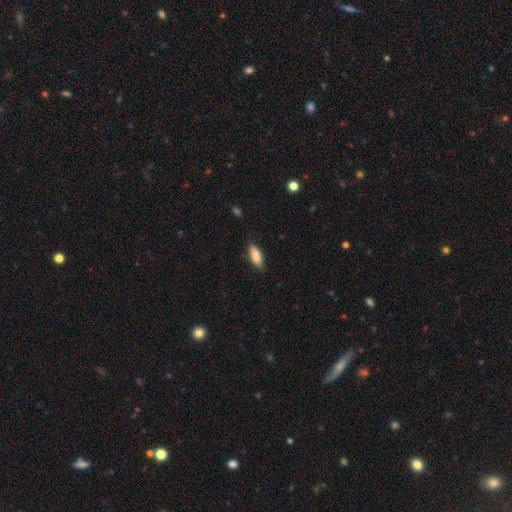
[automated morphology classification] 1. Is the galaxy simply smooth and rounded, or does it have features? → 85% smooth, 9% featured or disk, 7% star or artifact.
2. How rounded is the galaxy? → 78% in between, 20% cigar-shaped, 2% round.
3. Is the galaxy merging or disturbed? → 80% none, 16% minor disturbance, 3% major disturbance, 1% merger.